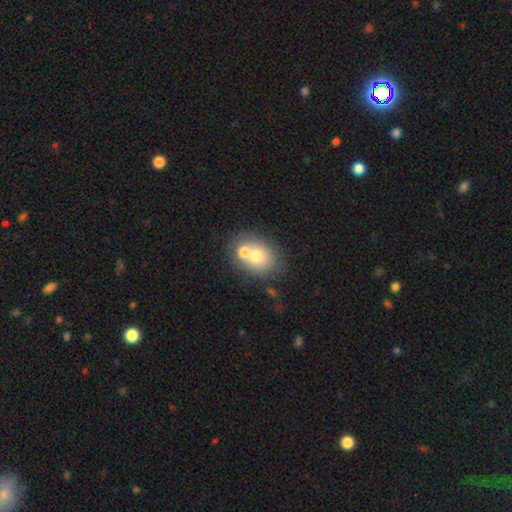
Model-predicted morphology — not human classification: smooth_or_featured: smooth (p=0.68) [alt: featured or disk p=0.22]
how_rounded: round (p=0.50) [alt: in between p=0.49]
merging: merger (p=0.43) [alt: none p=0.42]